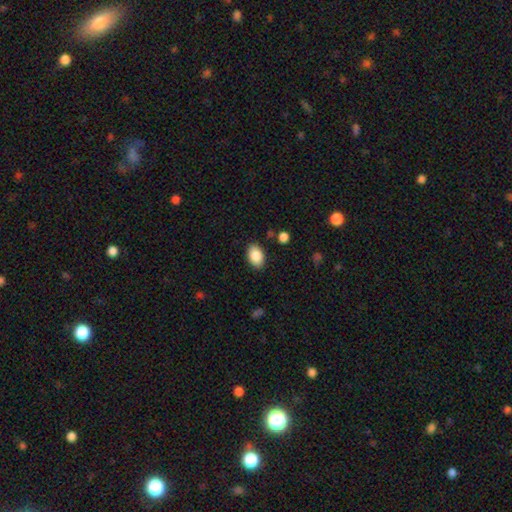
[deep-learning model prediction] smooth 87%, star or artifact 7%, featured or disk 6%. Down the decision tree: how rounded — in between (87%); merging — none (86%).